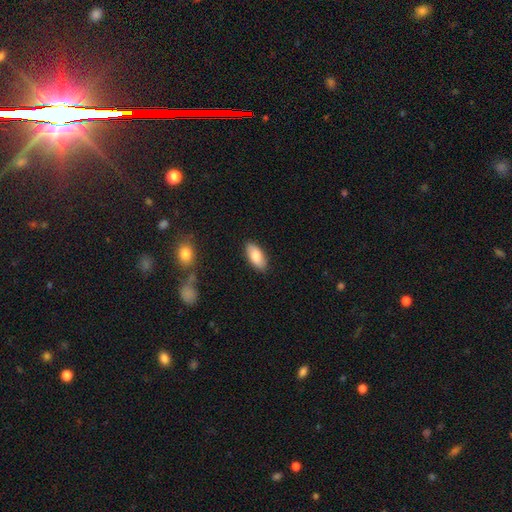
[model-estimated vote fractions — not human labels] Smooth or featured? smooth (81%)
How rounded? in between (90%)
Merging? none (87%)